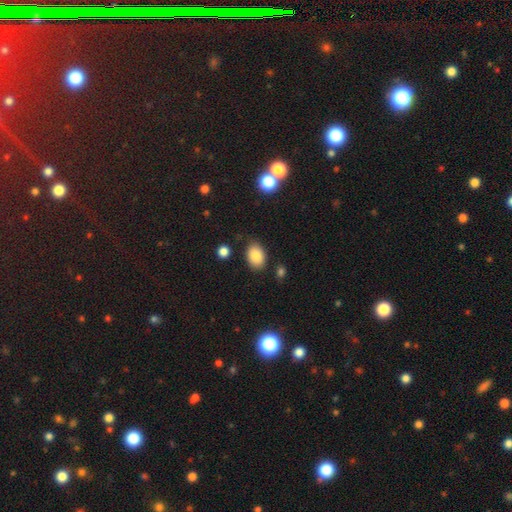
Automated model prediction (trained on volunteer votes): Smooth or featured?
  - smooth: 86% *
  - star or artifact: 8%
  - featured or disk: 6%
How rounded?
  - in between: 81% *
  - round: 18%
  - cigar-shaped: 1%
Merging?
  - none: 80% *
  - minor disturbance: 14%
  - major disturbance: 3%
  - merger: 3%